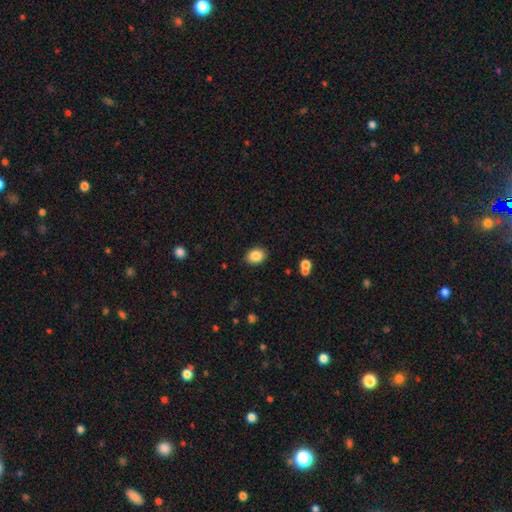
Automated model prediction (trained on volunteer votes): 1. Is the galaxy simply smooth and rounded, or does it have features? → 86% smooth, 9% star or artifact, 5% featured or disk.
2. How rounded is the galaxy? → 65% in between, 34% round, 1% cigar-shaped.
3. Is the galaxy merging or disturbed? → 88% none, 8% minor disturbance, 2% major disturbance, 2% merger.